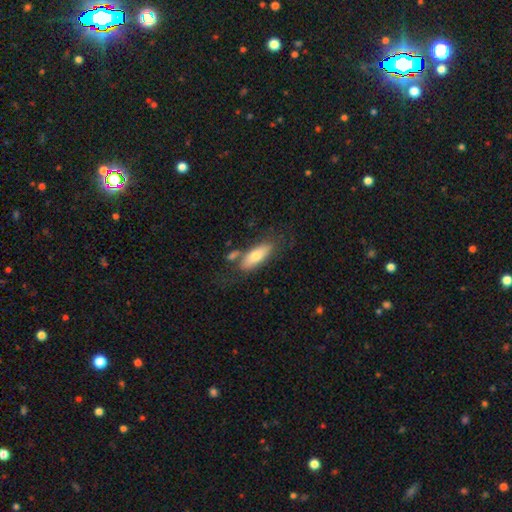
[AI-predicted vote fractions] This is likely a smooth galaxy (69%). How rounded: likely in between (68%). Merging: likely none (63%).